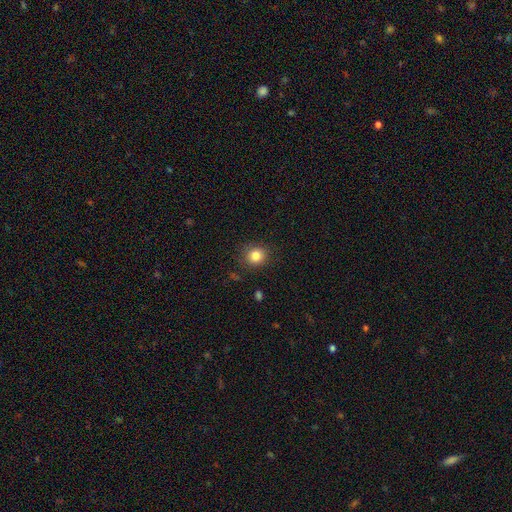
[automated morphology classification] smooth_or_featured: smooth (p=0.83) [alt: star or artifact p=0.11]
how_rounded: round (p=0.85) [alt: in between p=0.14]
merging: none (p=0.86) [alt: minor disturbance p=0.09]